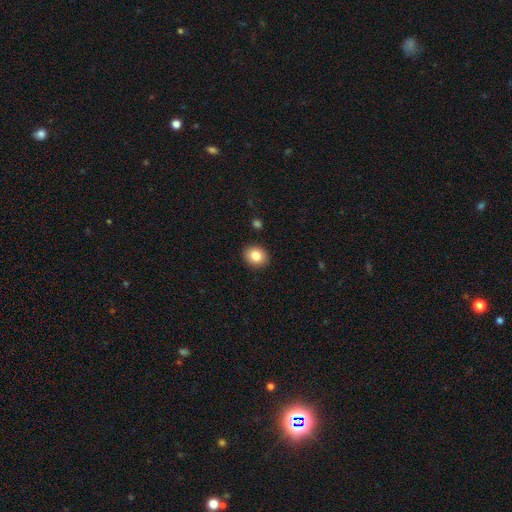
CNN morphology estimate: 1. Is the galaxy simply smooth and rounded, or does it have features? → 84% smooth, 9% star or artifact, 7% featured or disk.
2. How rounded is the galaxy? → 62% round, 37% in between, 1% cigar-shaped.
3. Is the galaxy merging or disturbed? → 91% none, 6% minor disturbance, 2% major disturbance, 1% merger.